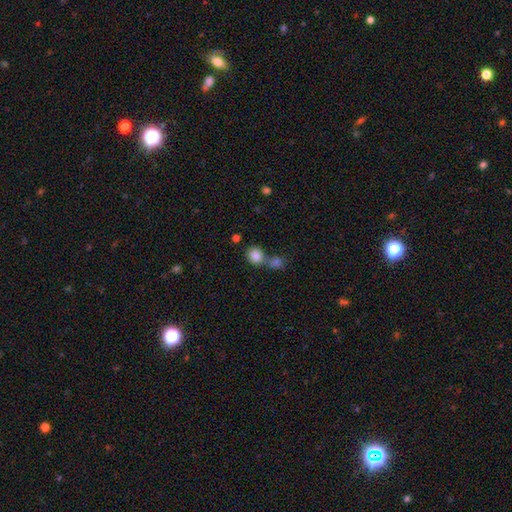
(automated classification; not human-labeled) Smooth or featured? smooth (85%)
How rounded? round (77%)
Merging? none (49%)